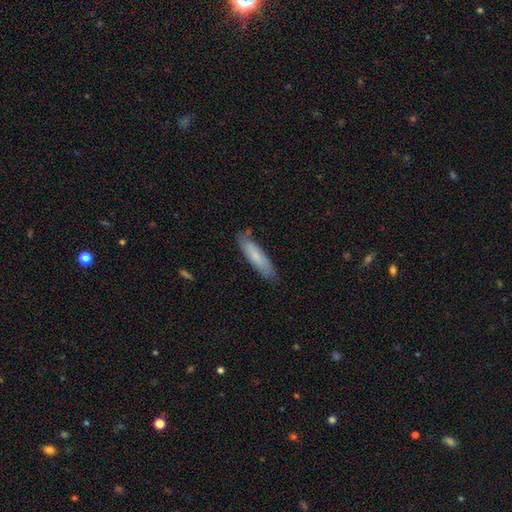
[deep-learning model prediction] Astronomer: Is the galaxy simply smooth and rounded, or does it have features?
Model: smooth — 69%.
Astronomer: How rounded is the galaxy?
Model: cigar-shaped — 72%.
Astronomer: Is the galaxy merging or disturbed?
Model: none — 79%.